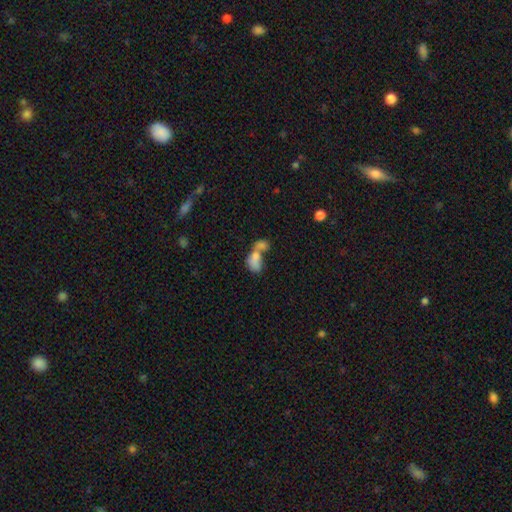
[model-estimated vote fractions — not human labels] A smooth galaxy with no disk features (71%) that is in between round and cigar-shaped (82%).

Vote fractions:
- Smooth or featured? smooth: 71% / featured or disk: 17% / star or artifact: 12%
- How rounded? in between: 82% / round: 14% / cigar-shaped: 4%
- Merging? merger: 68% / none: 19% / minor disturbance: 7% / major disturbance: 6%